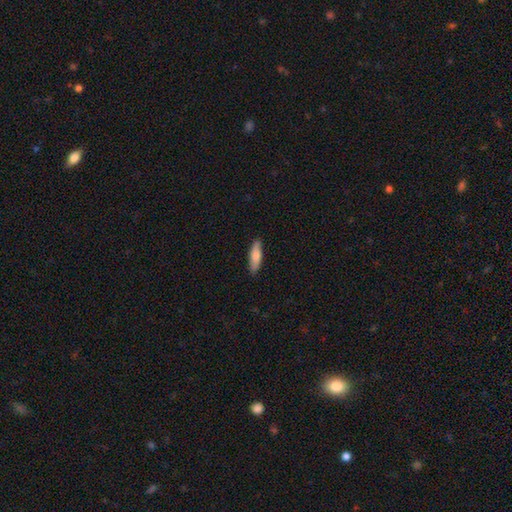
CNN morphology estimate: Smooth or featured?
  - smooth: 79% *
  - featured or disk: 16%
  - star or artifact: 6%
How rounded?
  - cigar-shaped: 59% *
  - in between: 39%
  - round: 2%
Merging?
  - none: 86% *
  - minor disturbance: 11%
  - major disturbance: 2%
  - merger: 1%